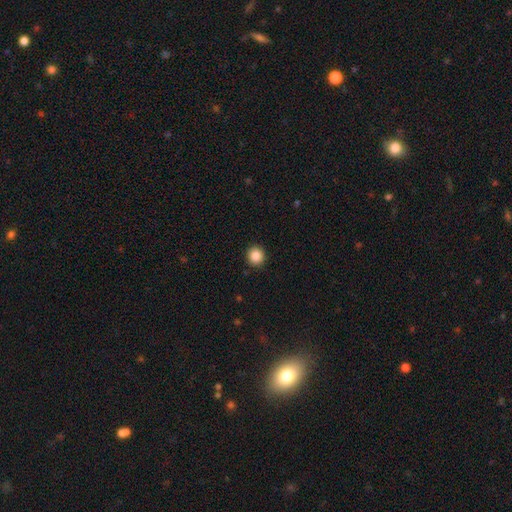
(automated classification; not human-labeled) Q: Smooth or featured?
A: smooth (86%); runner-up: star or artifact (10%)
Q: How rounded?
A: round (94%); runner-up: in between (5%)
Q: Merging?
A: none (93%); runner-up: minor disturbance (4%)